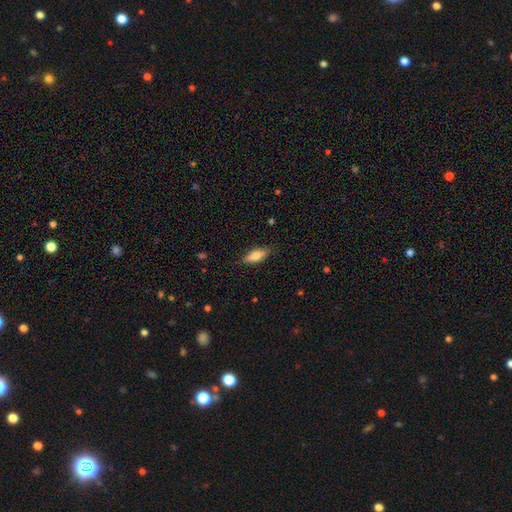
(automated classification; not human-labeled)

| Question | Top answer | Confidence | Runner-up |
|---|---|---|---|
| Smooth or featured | smooth | 74% | featured or disk (20%) |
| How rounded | in between | 68% | cigar-shaped (29%) |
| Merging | none | 82% | minor disturbance (14%) |